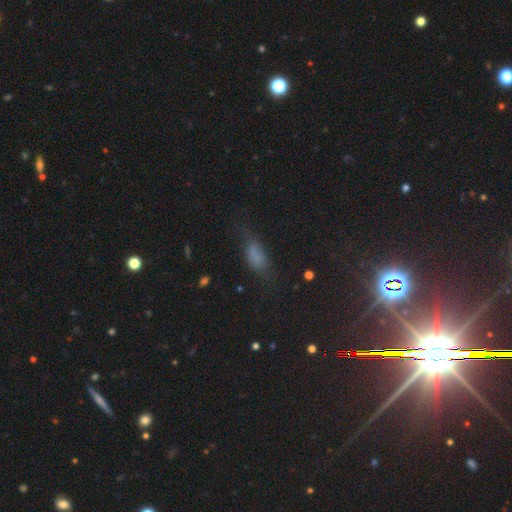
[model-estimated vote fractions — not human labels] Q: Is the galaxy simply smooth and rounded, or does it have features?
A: smooth — 65%.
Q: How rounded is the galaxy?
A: in between — 75%.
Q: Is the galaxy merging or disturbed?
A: none — 46%.